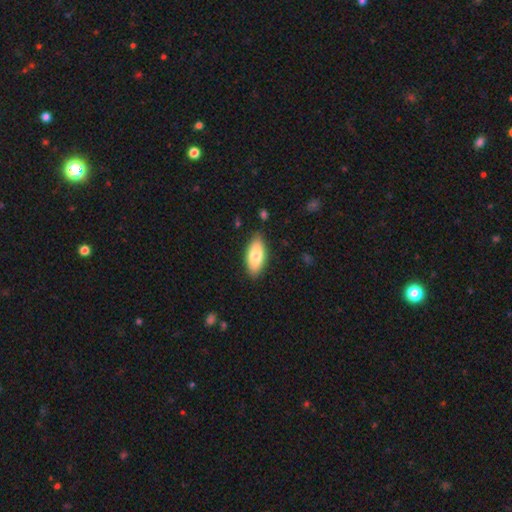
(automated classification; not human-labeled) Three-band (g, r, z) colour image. It shows a smooth galaxy with no disk features (79%) that is in between round and cigar-shaped (88%). Merging: none (84%).